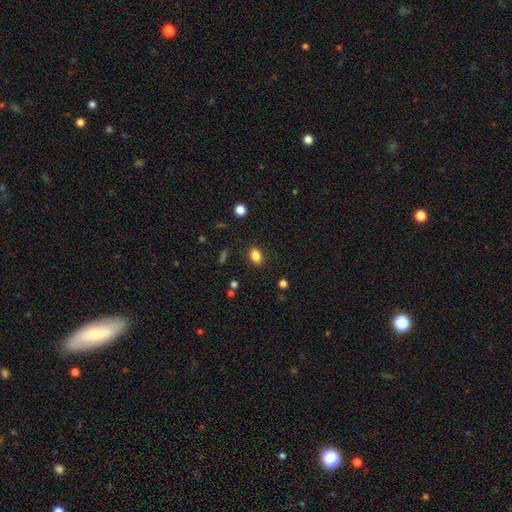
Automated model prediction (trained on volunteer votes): A smooth galaxy with no disk features (85%) that is in between round and cigar-shaped (80%). Merging: none (86%).